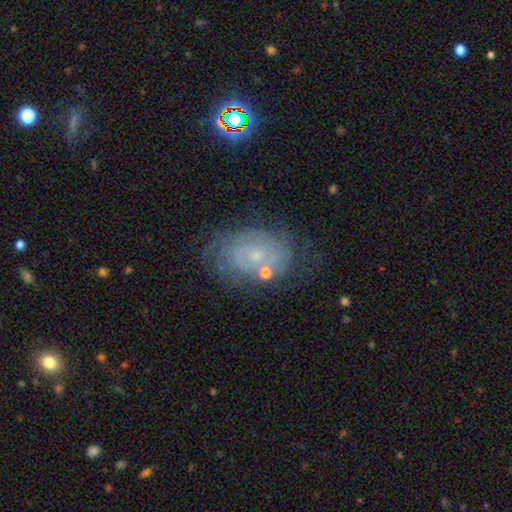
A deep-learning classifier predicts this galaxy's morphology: This appears to be a featured or disk galaxy (68%) with no bar (73%), tight (63%) spiral arms (81%) and a small central bulge (74%). Merging: none (65%).